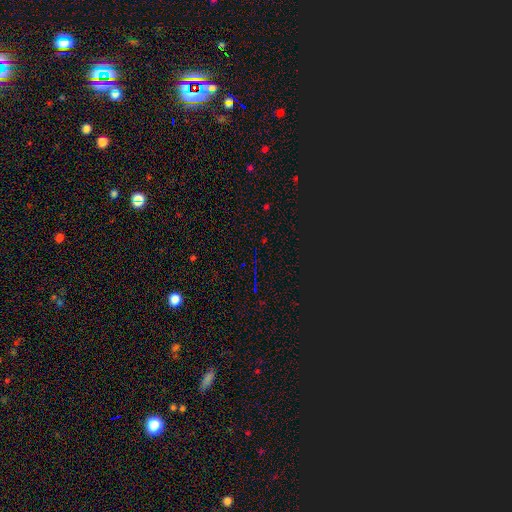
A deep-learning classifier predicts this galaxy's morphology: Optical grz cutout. It shows a star or artifact, not a galaxy (76%).